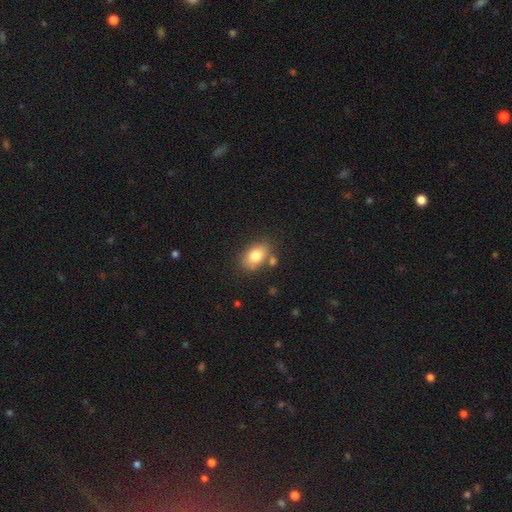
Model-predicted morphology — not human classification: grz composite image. It shows a smooth galaxy with no disk features (80%) that is in between round and cigar-shaped (84%). Merging: none (70%).